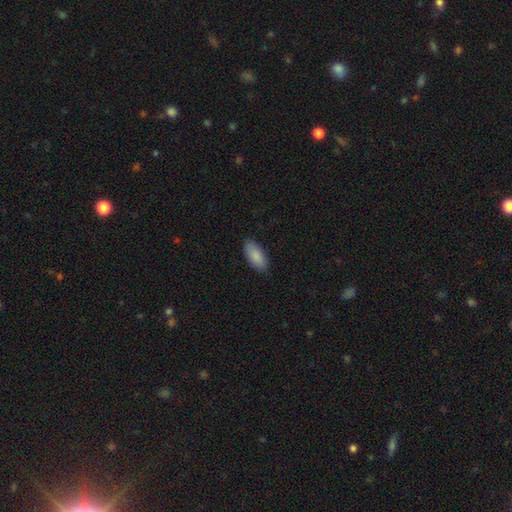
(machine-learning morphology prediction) Q: Smooth or featured?
A: smooth (89%); runner-up: star or artifact (6%)
Q: How rounded?
A: in between (90%); runner-up: cigar-shaped (8%)
Q: Merging?
A: none (86%); runner-up: minor disturbance (11%)